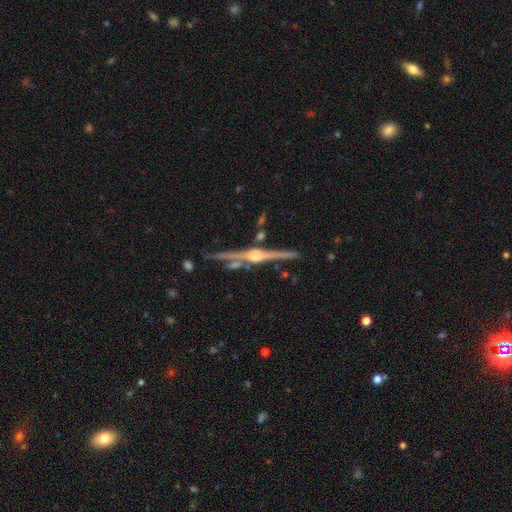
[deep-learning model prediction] Smooth or featured? Predicted: featured or disk (p=0.88). Edge-on disk? Predicted: yes (p=0.98). Edge-on bulge? Predicted: rounded (p=0.91). Merging? Predicted: none (p=0.82).